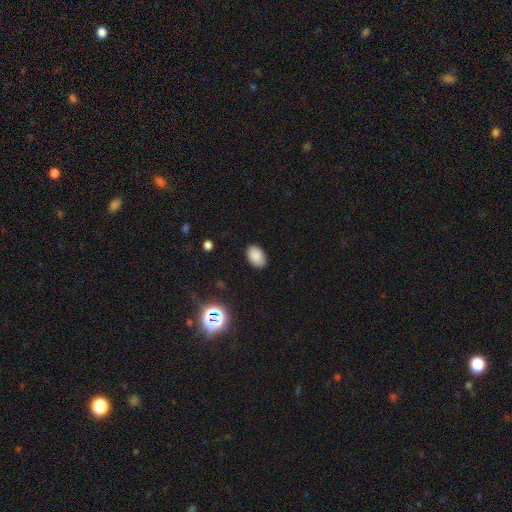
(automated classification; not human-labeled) smooth-or-featured: smooth: 87% | star or artifact: 10% | featured or disk: 3%
  how-rounded: in between: 90% | round: 8% | cigar-shaped: 1%
  merging: none: 86% | minor disturbance: 10% | major disturbance: 2% | merger: 1%